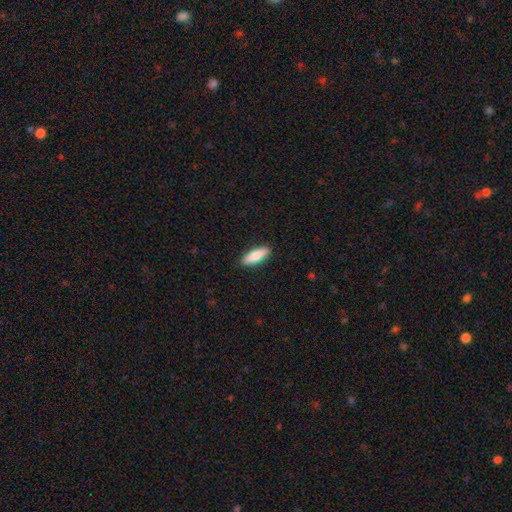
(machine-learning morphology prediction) Smooth or featured: smooth — 81% (featured or disk — 14%)
How rounded: in between — 53% (cigar-shaped — 45%)
Merging: none — 89% (minor disturbance — 8%)